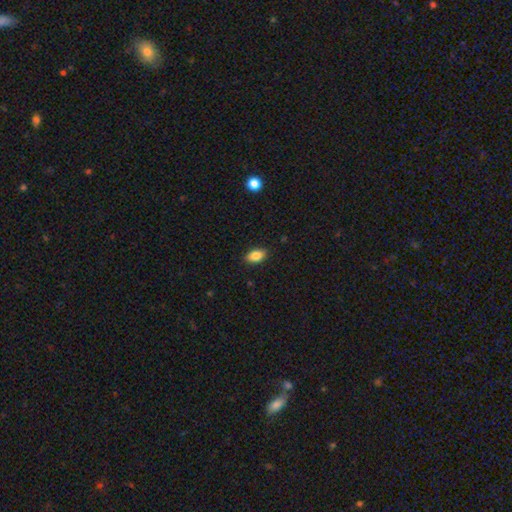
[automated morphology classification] This is clearly a smooth galaxy (85%). How rounded: clearly in between (90%). Merging: clearly none (88%).